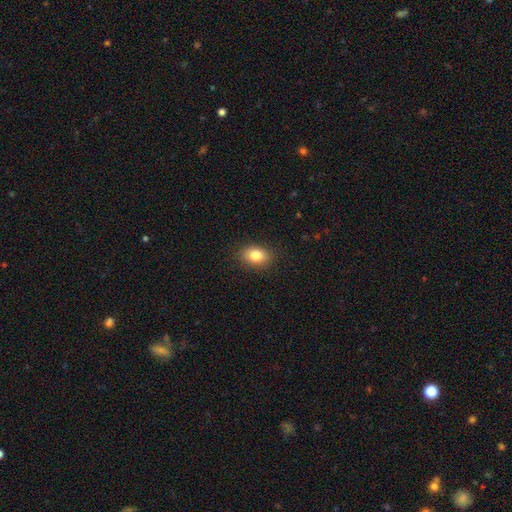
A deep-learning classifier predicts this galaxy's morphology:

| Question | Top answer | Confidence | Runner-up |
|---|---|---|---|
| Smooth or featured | smooth | 82% | star or artifact (9%) |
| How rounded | in between | 77% | round (21%) |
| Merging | none | 87% | minor disturbance (9%) |